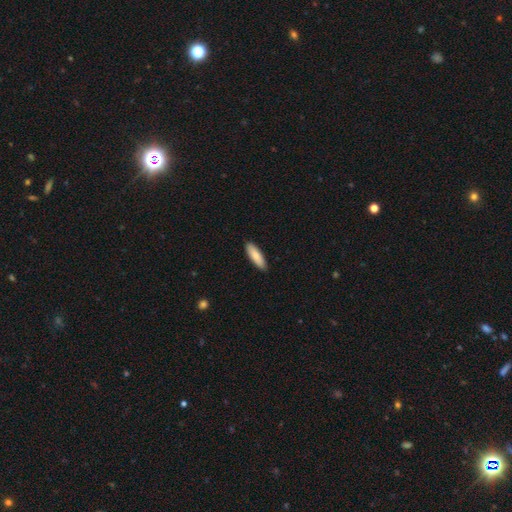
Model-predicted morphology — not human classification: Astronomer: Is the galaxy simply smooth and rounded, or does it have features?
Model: smooth — 85%.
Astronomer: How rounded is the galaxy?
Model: cigar-shaped — 52% (runner-up: in between, 46%).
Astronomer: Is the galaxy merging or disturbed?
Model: none — 90%.